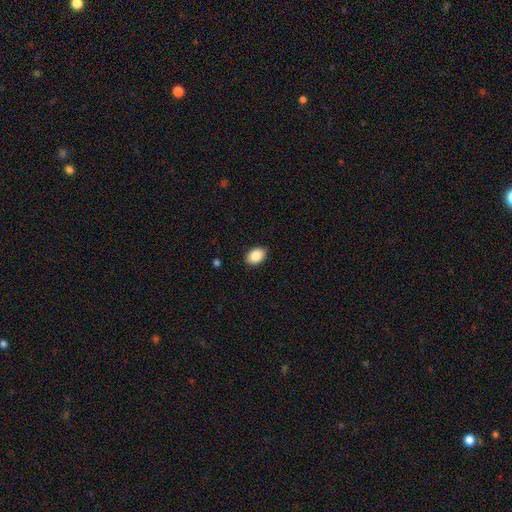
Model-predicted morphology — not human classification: A smooth galaxy with no disk features (89%) that is in between round and cigar-shaped (82%). Merging: none (88%).